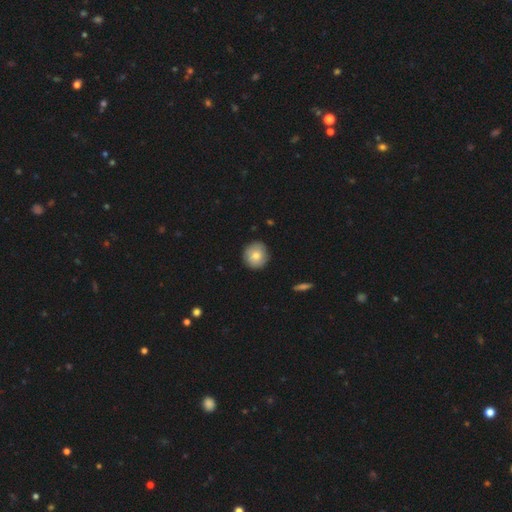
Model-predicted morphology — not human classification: Q: Smooth or featured?
A: smooth (74%); runner-up: featured or disk (18%)
Q: How rounded?
A: round (92%); runner-up: in between (7%)
Q: Merging?
A: none (88%); runner-up: minor disturbance (9%)